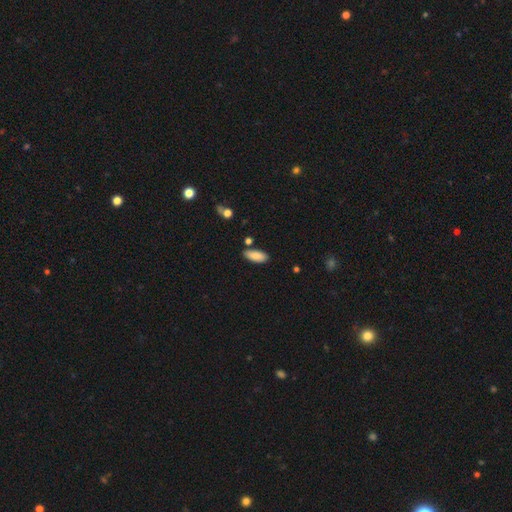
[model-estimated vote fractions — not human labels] This is clearly a smooth galaxy (87%). How rounded: clearly in between (84%). Merging: likely none (80%).